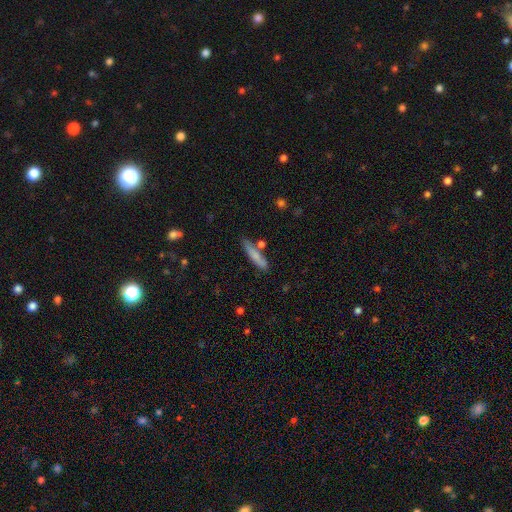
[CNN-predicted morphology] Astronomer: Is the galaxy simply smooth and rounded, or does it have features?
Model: smooth — 75%.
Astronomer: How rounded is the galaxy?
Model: cigar-shaped — 83%.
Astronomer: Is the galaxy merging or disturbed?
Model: none — 72%.